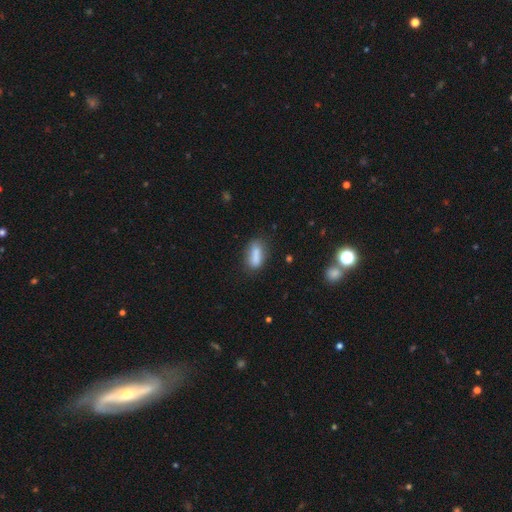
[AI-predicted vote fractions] Smooth or featured: smooth — 81% (featured or disk — 11%)
How rounded: in between — 74% (cigar-shaped — 21%)
Merging: none — 67% (minor disturbance — 21%)